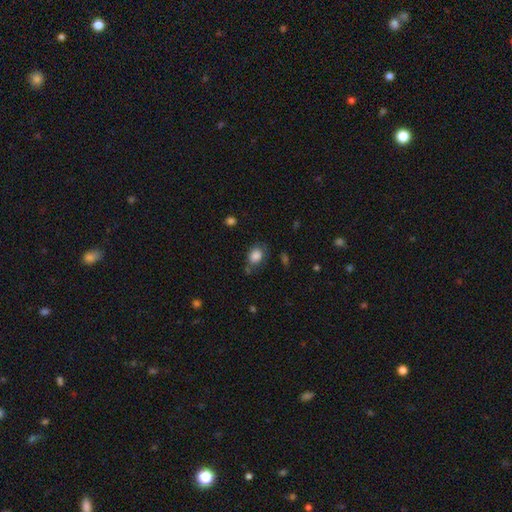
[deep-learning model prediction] Q: Smooth or featured?
A: smooth (84%); runner-up: star or artifact (9%)
Q: How rounded?
A: in between (67%); runner-up: round (32%)
Q: Merging?
A: none (62%); runner-up: minor disturbance (25%)